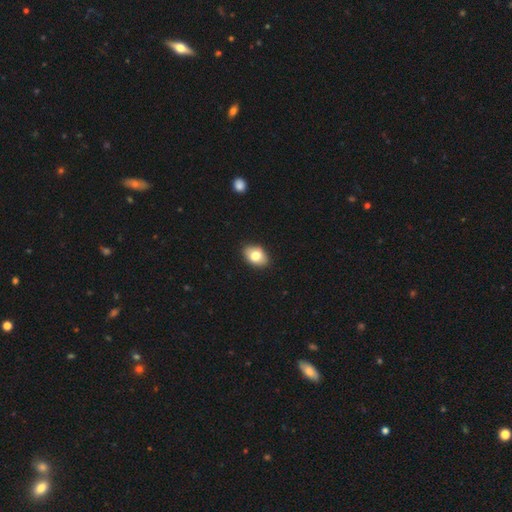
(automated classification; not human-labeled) This appears to be a smooth galaxy with no disk features (79%) that is in between round and cigar-shaped (83%). Merging: none (88%).